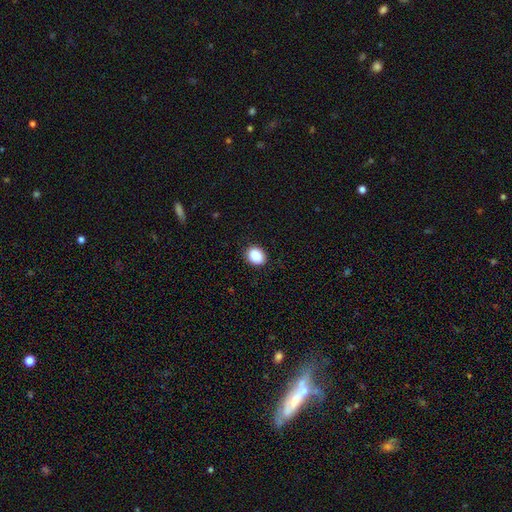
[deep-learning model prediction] Smooth or featured?
  - smooth: 88% *
  - star or artifact: 8%
  - featured or disk: 3%
How rounded?
  - round: 55% *
  - in between: 44%
  - cigar-shaped: 1%
Merging?
  - none: 89% *
  - minor disturbance: 8%
  - major disturbance: 2%
  - merger: 1%